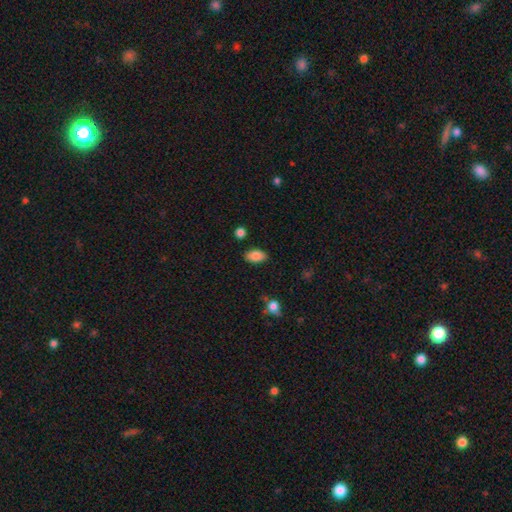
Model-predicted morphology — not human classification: A smooth galaxy with no disk features (85%) that is in between round and cigar-shaped (92%).

Vote fractions:
- Smooth or featured? smooth: 85% / star or artifact: 8% / featured or disk: 7%
- How rounded? in between: 92% / round: 5% / cigar-shaped: 3%
- Merging? none: 85% / minor disturbance: 10% / major disturbance: 2% / merger: 2%